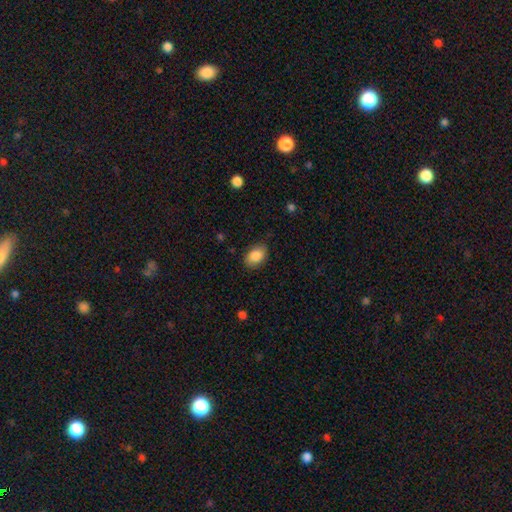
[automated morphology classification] Smooth or featured: smooth — 87% (star or artifact — 7%)
How rounded: in between — 86% (round — 12%)
Merging: none — 81% (minor disturbance — 15%)